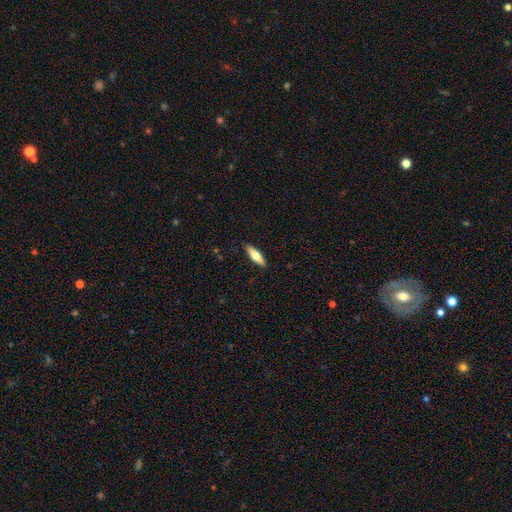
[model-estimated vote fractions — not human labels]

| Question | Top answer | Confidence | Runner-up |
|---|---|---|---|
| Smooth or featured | smooth | 63% | featured or disk (32%) |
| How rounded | cigar-shaped | 54% | in between (44%) |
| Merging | none | 89% | minor disturbance (8%) |